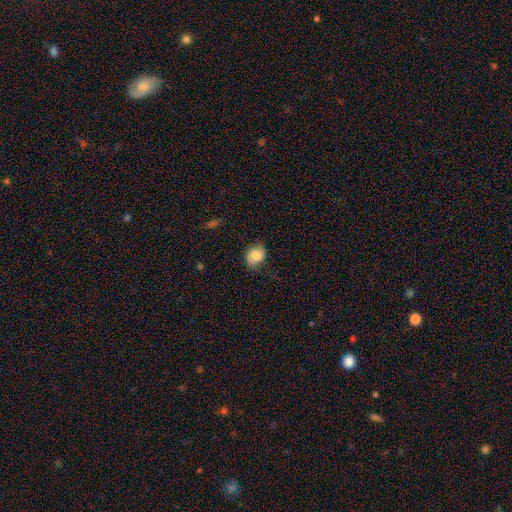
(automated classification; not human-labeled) Smooth or featured: smooth — 80% (featured or disk — 12%)
How rounded: in between — 54% (round — 45%)
Merging: none — 72% (minor disturbance — 21%)